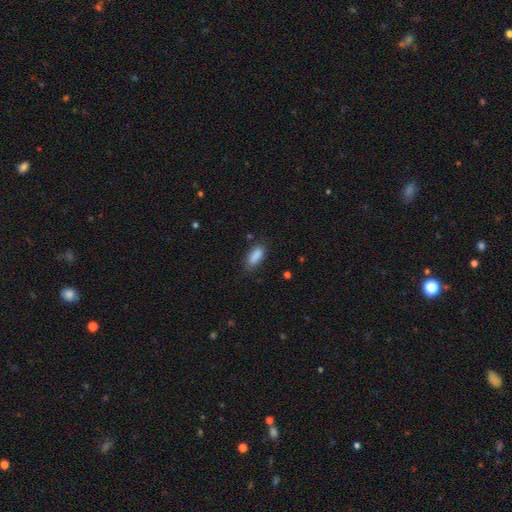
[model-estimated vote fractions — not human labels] This is clearly a smooth galaxy (88%). How rounded: clearly in between (81%). Merging: likely none (78%).